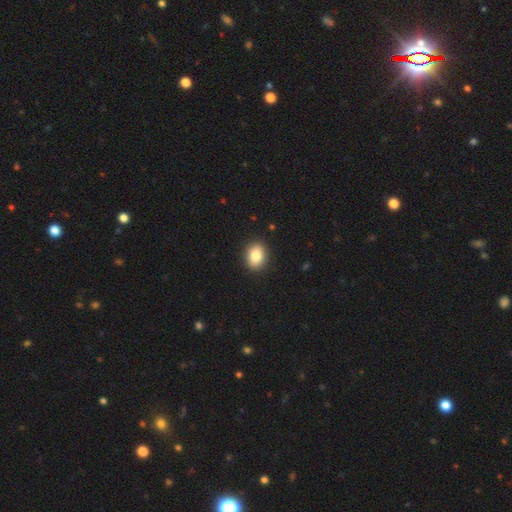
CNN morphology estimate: A smooth galaxy with no disk features (84%) that is in between round and cigar-shaped (63%).

Vote fractions:
- Smooth or featured? smooth: 84% / star or artifact: 9% / featured or disk: 8%
- How rounded? in between: 63% / round: 36% / cigar-shaped: 1%
- Merging? none: 90% / minor disturbance: 7% / major disturbance: 2% / merger: 1%